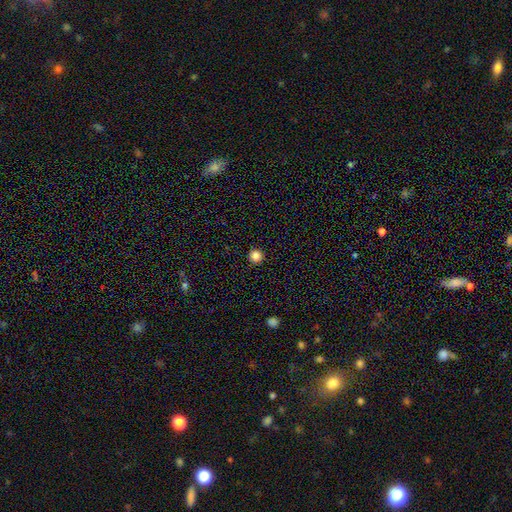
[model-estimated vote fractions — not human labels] Smooth or featured?
  - smooth: 84% *
  - star or artifact: 12%
  - featured or disk: 4%
How rounded?
  - round: 96% *
  - in between: 3%
  - cigar-shaped: 1%
Merging?
  - none: 93% *
  - minor disturbance: 4%
  - major disturbance: 1%
  - merger: 1%